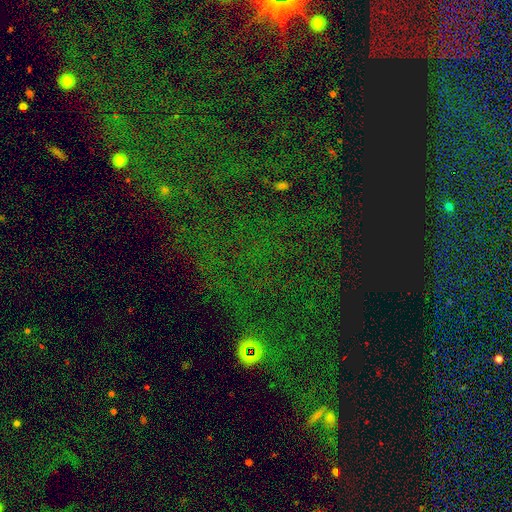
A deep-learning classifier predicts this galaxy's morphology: Smooth or featured? star or artifact (80%)